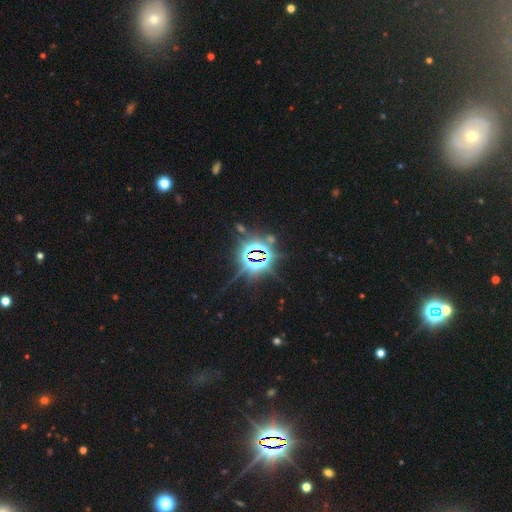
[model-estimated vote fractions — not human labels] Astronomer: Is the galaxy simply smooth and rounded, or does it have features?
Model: star or artifact — 83%.